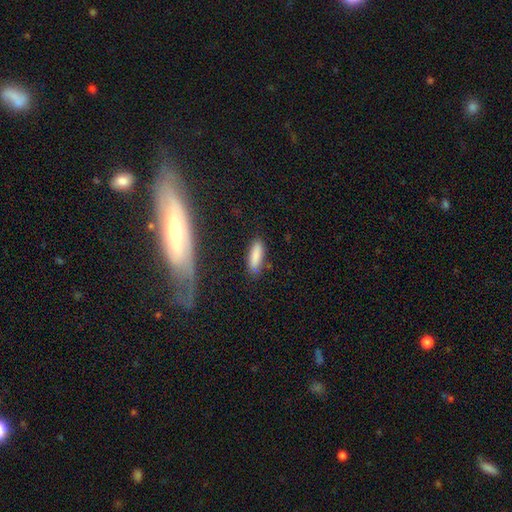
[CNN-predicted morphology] Smooth or featured? Predicted: smooth (p=0.84). How rounded? Predicted: in between (p=0.55). Merging? Predicted: none (p=0.78).